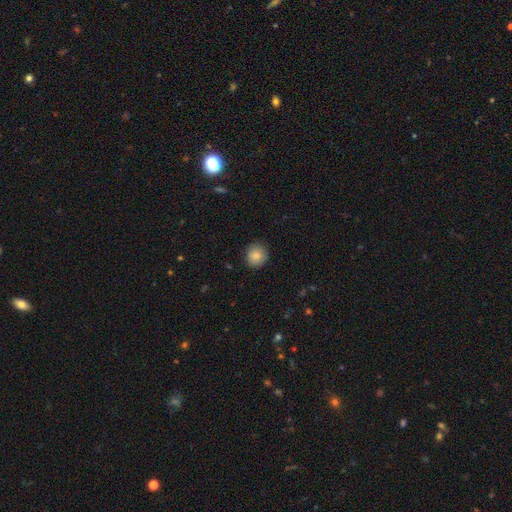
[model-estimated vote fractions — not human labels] This is clearly a smooth galaxy (86%). How rounded: clearly round (90%). Merging: clearly none (89%).